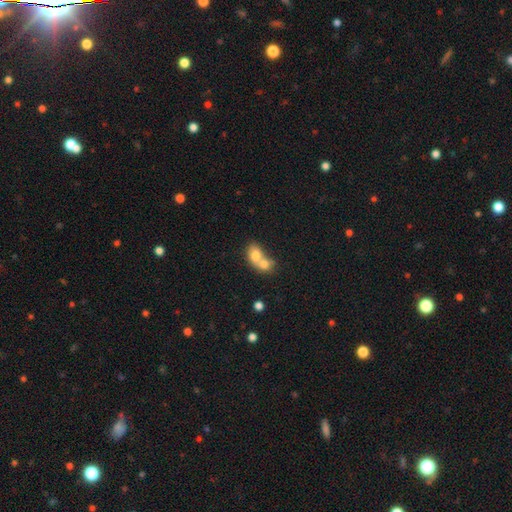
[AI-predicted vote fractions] smooth 71%, featured or disk 20%, star or artifact 9%. Down the decision tree: how rounded — in between (56%); merging — merger (76%).